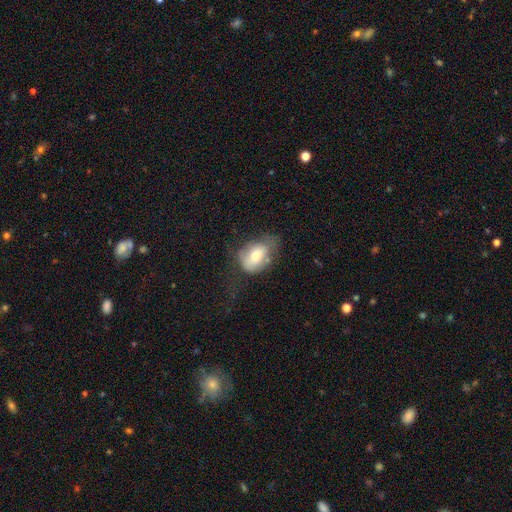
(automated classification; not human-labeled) This is likely a smooth galaxy (64%). How rounded: likely in between (77%). Merging: marginally none (40%).